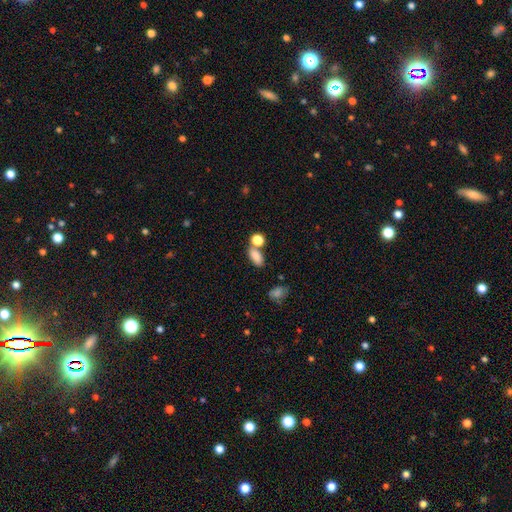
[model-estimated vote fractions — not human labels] smooth 82%, star or artifact 11%, featured or disk 7%. Down the decision tree: how rounded — in between (82%); merging — none (54%).